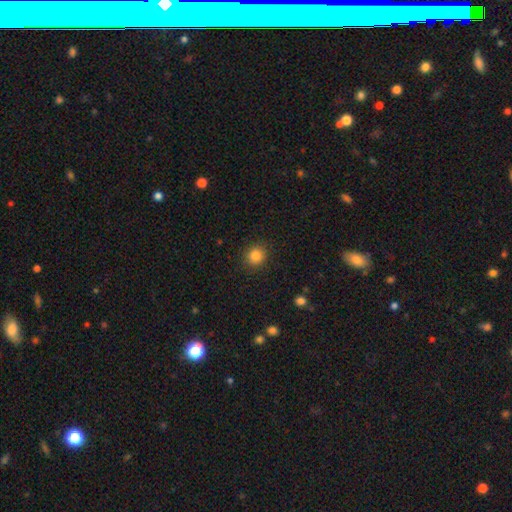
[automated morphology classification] Smooth or featured? smooth (84%)
How rounded? round (86%)
Merging? none (90%)